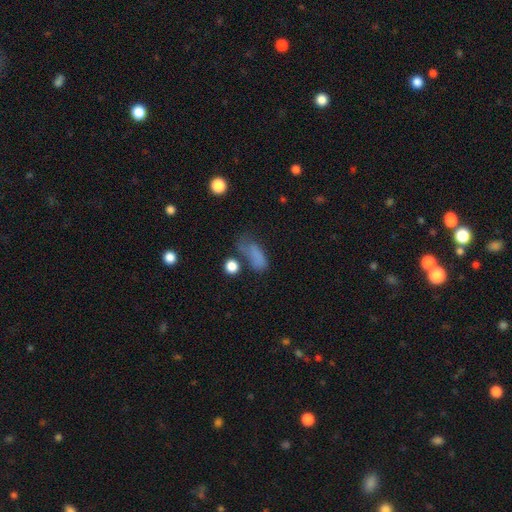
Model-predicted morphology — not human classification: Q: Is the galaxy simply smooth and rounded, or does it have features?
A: smooth — 70%.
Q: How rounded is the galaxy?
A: in between — 78%.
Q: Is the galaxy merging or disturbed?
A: none — 33%.